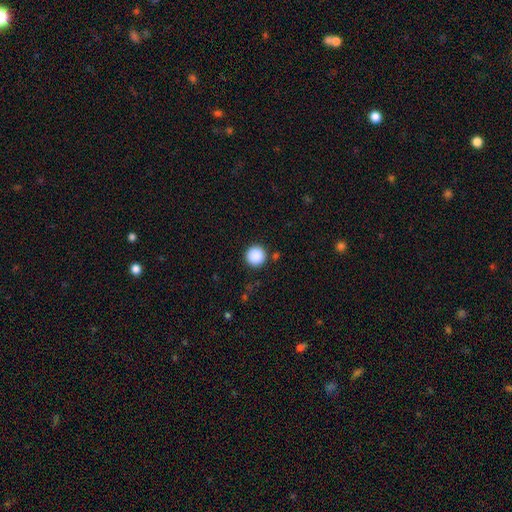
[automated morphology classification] smooth-or-featured: smooth: 88% | star or artifact: 9% | featured or disk: 3%
  how-rounded: round: 96% | in between: 3% | cigar-shaped: 1%
  merging: none: 90% | minor disturbance: 6% | major disturbance: 2% | merger: 2%